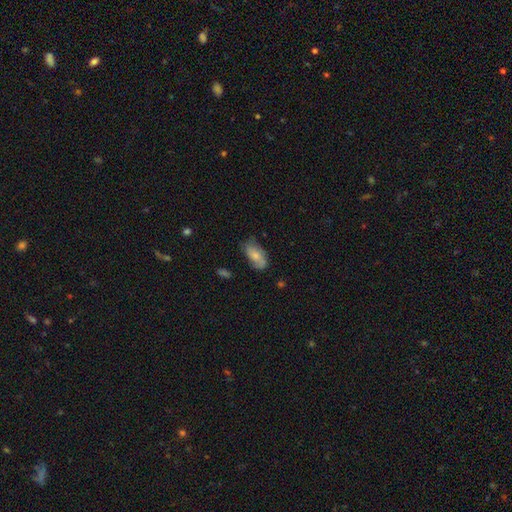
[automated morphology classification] smooth-or-featured: smooth: 70% | featured or disk: 23% | star or artifact: 7%
  how-rounded: in between: 90% | cigar-shaped: 6% | round: 4%
  merging: none: 64% | minor disturbance: 27% | major disturbance: 7% | merger: 2%